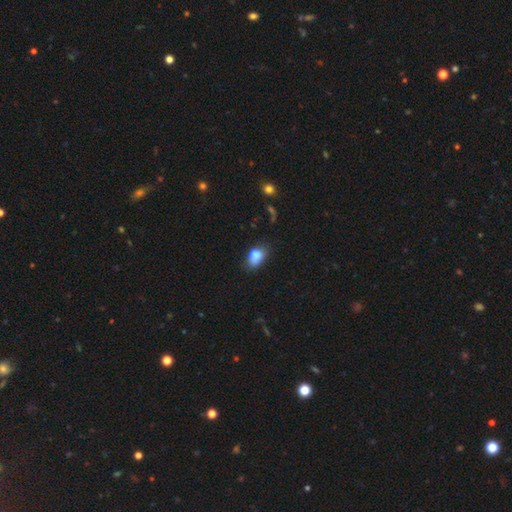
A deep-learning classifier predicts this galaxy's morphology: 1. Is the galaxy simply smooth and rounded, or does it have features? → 83% smooth, 9% star or artifact, 8% featured or disk.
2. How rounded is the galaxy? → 83% in between, 15% round, 2% cigar-shaped.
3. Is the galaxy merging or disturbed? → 54% none, 30% minor disturbance, 8% major disturbance, 7% merger.